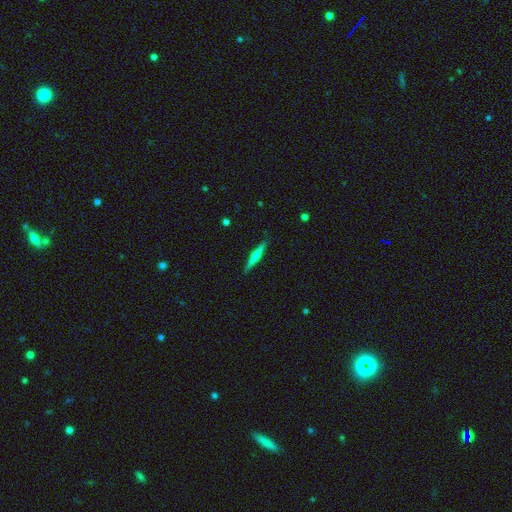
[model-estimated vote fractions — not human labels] Smooth or featured?
  - featured or disk: 66% *
  - smooth: 28%
  - star or artifact: 6%
Edge-on disk?
  - yes: 98% *
  - no: 2%
Edge-on bulge?
  - rounded: 88% *
  - none: 7%
  - boxy: 5%
Merging?
  - none: 91% *
  - minor disturbance: 7%
  - major disturbance: 1%
  - merger: 1%